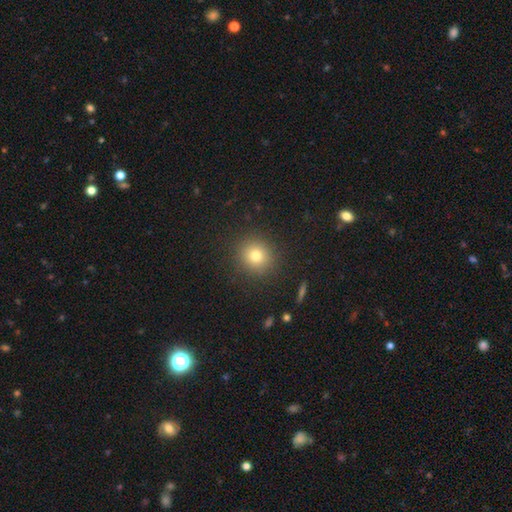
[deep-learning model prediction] Smooth or featured? Predicted: smooth (p=0.77). How rounded? Predicted: round (p=0.89). Merging? Predicted: none (p=0.90).